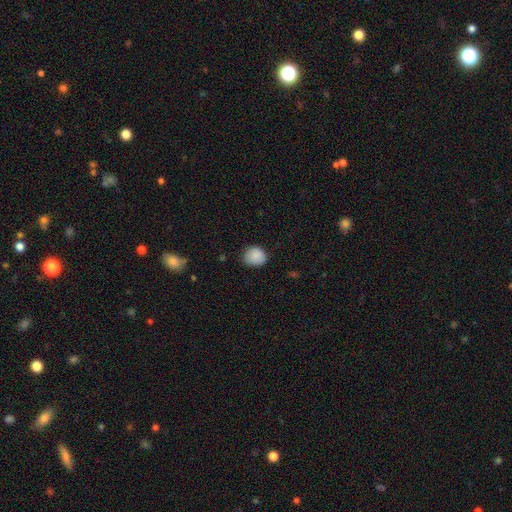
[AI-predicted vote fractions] A smooth galaxy with no disk features (87%) that is round (66%).

Vote fractions:
- Smooth or featured? smooth: 87% / star or artifact: 8% / featured or disk: 5%
- How rounded? round: 66% / in between: 33% / cigar-shaped: 1%
- Merging? none: 72% / minor disturbance: 23% / major disturbance: 4% / merger: 1%